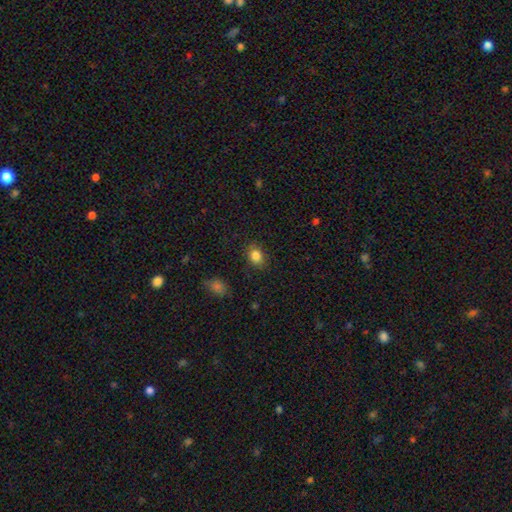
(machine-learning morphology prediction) Overall: smooth (84%). How rounded: in between (62%; round 37%). Merging: none (84%).